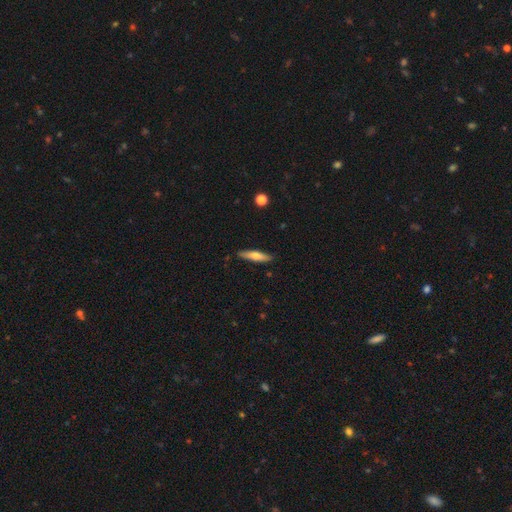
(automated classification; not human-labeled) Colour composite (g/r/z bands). It shows a smooth galaxy with no disk features (59%) that is cigar-shaped (79%). Merging: none (88%).